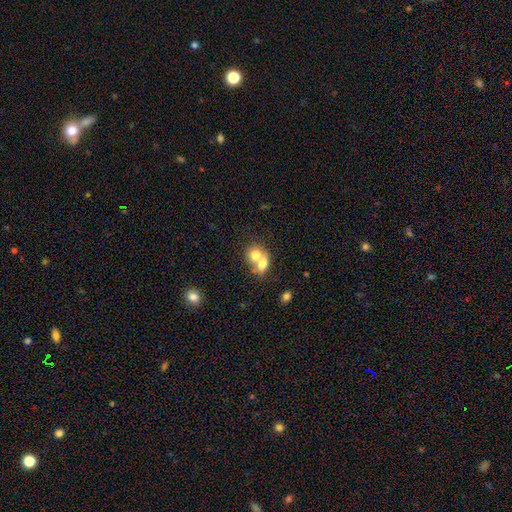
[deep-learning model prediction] smooth_or_featured: smooth (p=0.71) [alt: featured or disk p=0.21]
how_rounded: round (p=0.54) [alt: in between p=0.45]
merging: merger (p=0.73) [alt: none p=0.19]